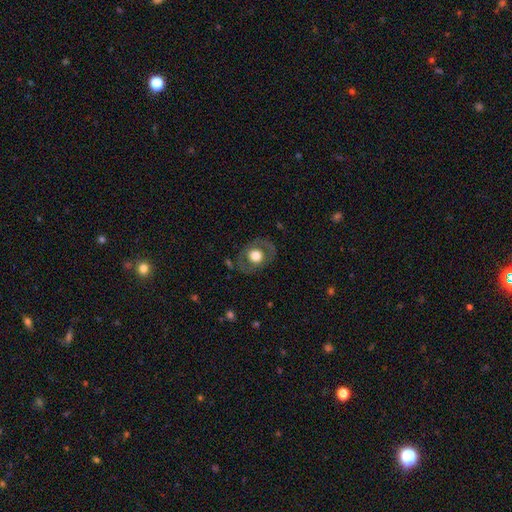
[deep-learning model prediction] Smooth or featured: smooth — 51% (featured or disk — 42%)
How rounded: round — 60% (in between — 39%)
Merging: none — 78% (minor disturbance — 13%)